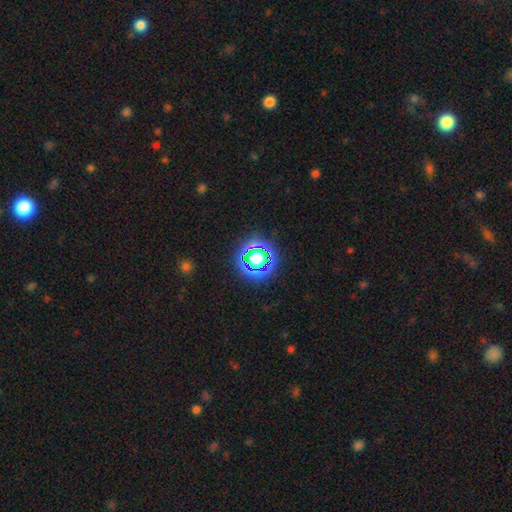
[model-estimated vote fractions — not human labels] Q: Smooth or featured?
A: star or artifact (48%); runner-up: smooth (38%)